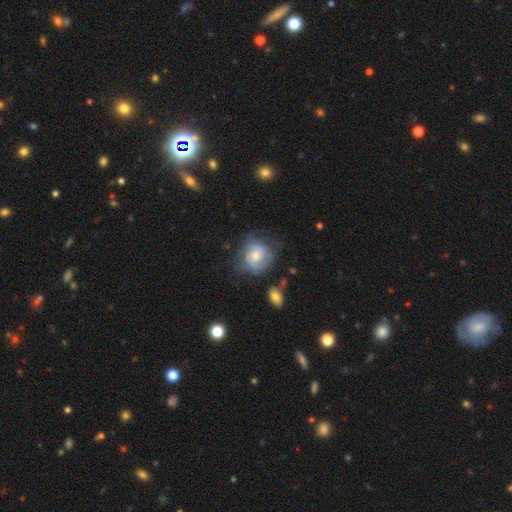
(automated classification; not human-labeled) This appears to be a featured or disk galaxy (48%). Merging: none (54%).